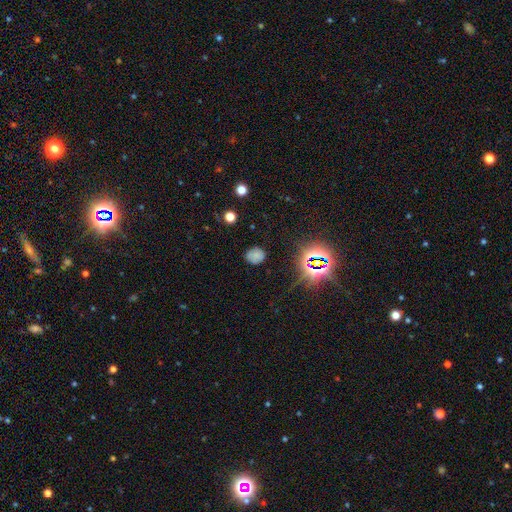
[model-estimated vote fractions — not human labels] A smooth galaxy with no disk features (65%) that is round (72%). Merging: none (77%).